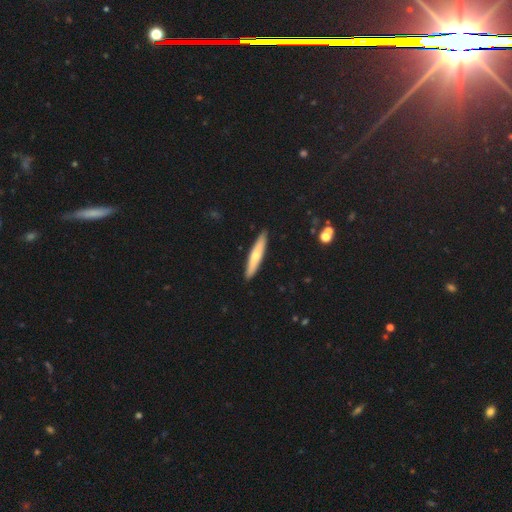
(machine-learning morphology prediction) Smooth or featured: smooth — 58% (featured or disk — 37%)
How rounded: cigar-shaped — 89% (in between — 10%)
Merging: none — 90% (minor disturbance — 7%)